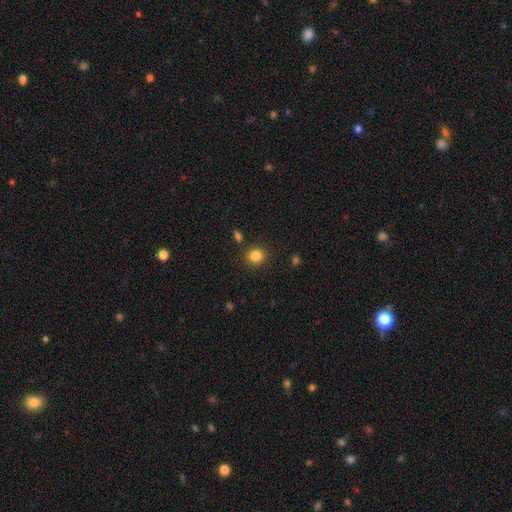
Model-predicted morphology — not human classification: smooth 84%, star or artifact 12%, featured or disk 4%. Down the decision tree: how rounded — round (89%); merging — none (87%).